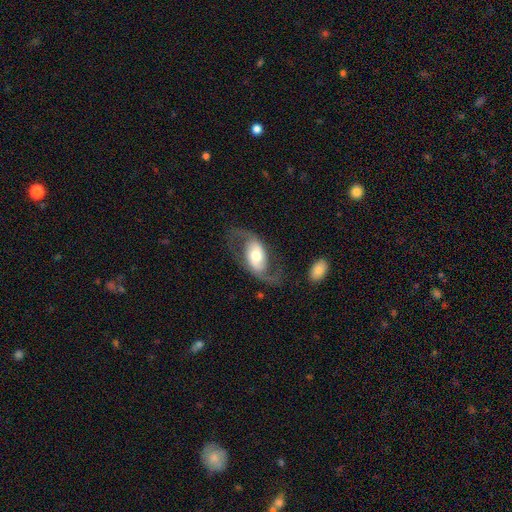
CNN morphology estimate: smooth-or-featured: featured or disk: 81% | smooth: 14% | star or artifact: 5%
  disk-edge-on: no: 96% | yes: 4%
    bar: no: 45% | weak: 33% | strong: 22%
    has-spiral-arms: yes: 92% | no: 8%
      spiral-winding: loose: 58% | medium: 34% | tight: 8%
      spiral-arm-count: 2: 92% | 1: 3% | can't tell: 3% | 3: 1% | 4: 1% | more than 4: 1%
    bulge-size: moderate: 58% | large: 20% | small: 17% | dominant: 4% | none: 1%
  merging: none: 66% | major disturbance: 16% | minor disturbance: 15% | merger: 2%